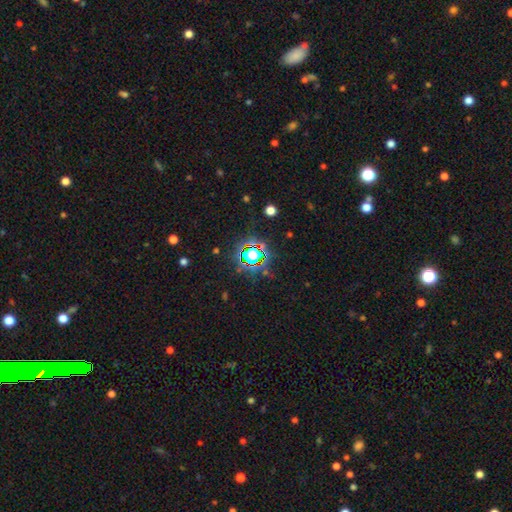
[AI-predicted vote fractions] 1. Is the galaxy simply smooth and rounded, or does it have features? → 70% star or artifact, 19% smooth, 11% featured or disk.